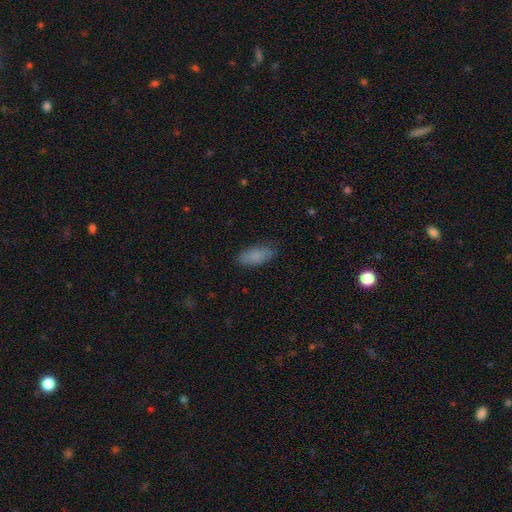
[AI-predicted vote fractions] smooth-or-featured: smooth: 86% | star or artifact: 7% | featured or disk: 7%
  how-rounded: in between: 83% | cigar-shaped: 15% | round: 2%
  merging: none: 84% | minor disturbance: 12% | major disturbance: 3% | merger: 1%